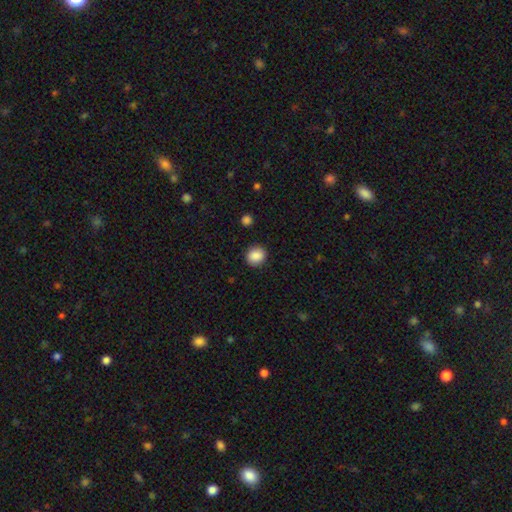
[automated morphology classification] Smooth or featured? Predicted: smooth (p=0.88). How rounded? Predicted: round (p=0.80). Merging? Predicted: none (p=0.89).